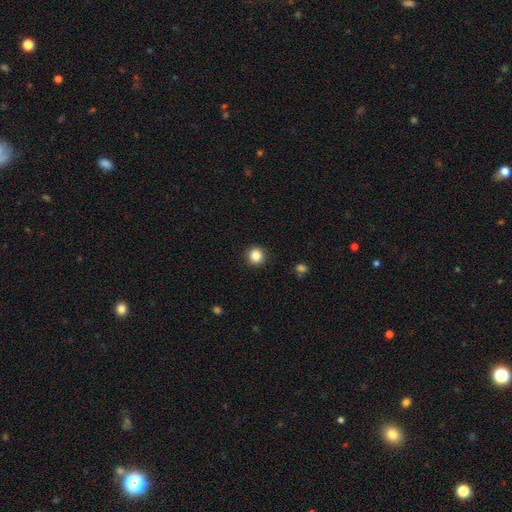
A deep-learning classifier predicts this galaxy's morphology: smooth_or_featured: smooth (p=0.85) [alt: star or artifact p=0.10]
how_rounded: round (p=0.93) [alt: in between p=0.06]
merging: none (p=0.92) [alt: minor disturbance p=0.05]